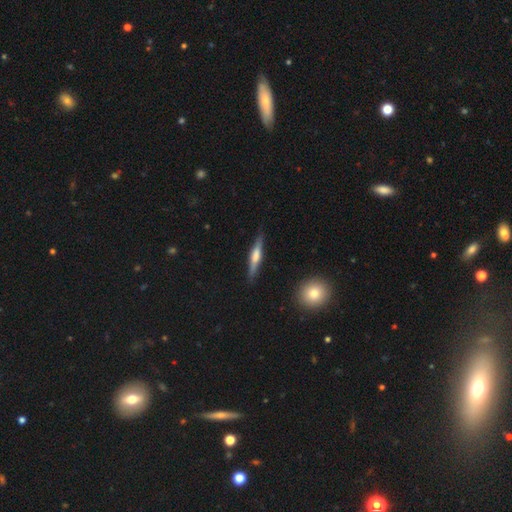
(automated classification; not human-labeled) Smooth or featured: featured or disk — 58% (smooth — 36%)
Edge-on disk: yes — 96% (no — 4%)
Edge-on bulge: rounded — 67% (boxy — 21%)
Merging: none — 88% (minor disturbance — 9%)